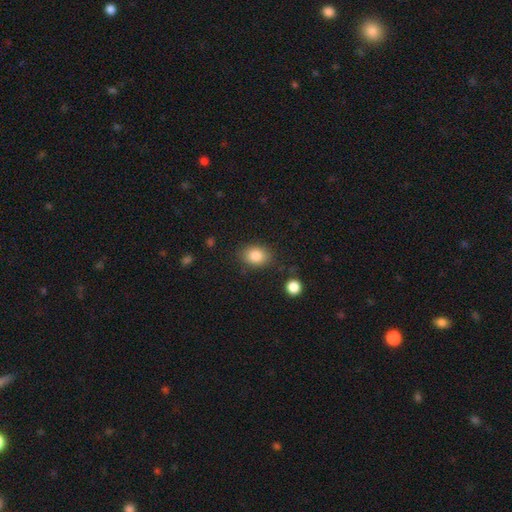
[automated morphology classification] Q: Smooth or featured?
A: smooth (85%); runner-up: star or artifact (9%)
Q: How rounded?
A: in between (70%); runner-up: round (29%)
Q: Merging?
A: none (81%); runner-up: minor disturbance (12%)